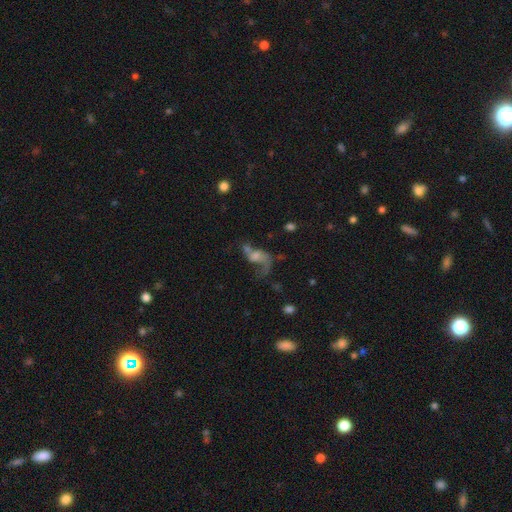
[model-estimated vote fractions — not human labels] Overall: featured or disk (50%; smooth 31%). Edge-on disk: no (94%). Merging: major disturbance (36%; merger 28%).